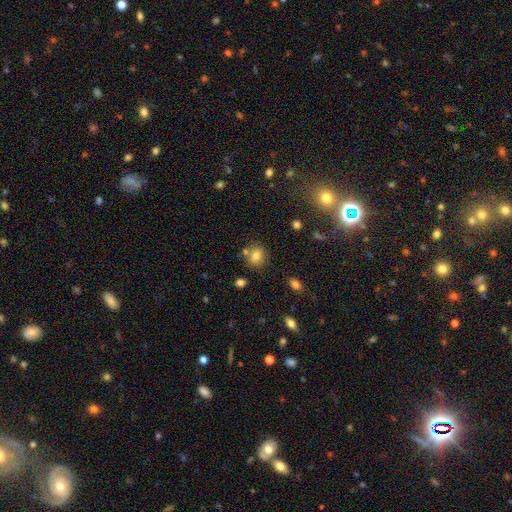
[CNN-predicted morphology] smooth-or-featured: smooth: 77% | star or artifact: 12% | featured or disk: 11%
  how-rounded: round: 59% | in between: 39% | cigar-shaped: 1%
  merging: none: 72% | merger: 13% | minor disturbance: 12% | major disturbance: 3%